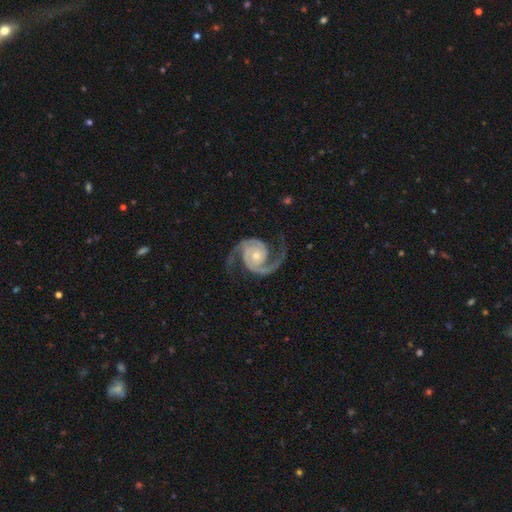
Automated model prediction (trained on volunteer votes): A featured or disk galaxy (94%) with no bar (73%), 2 (94%) medium (56%) spiral arms (99%) and a small central bulge (50%). Merging: none (79%).